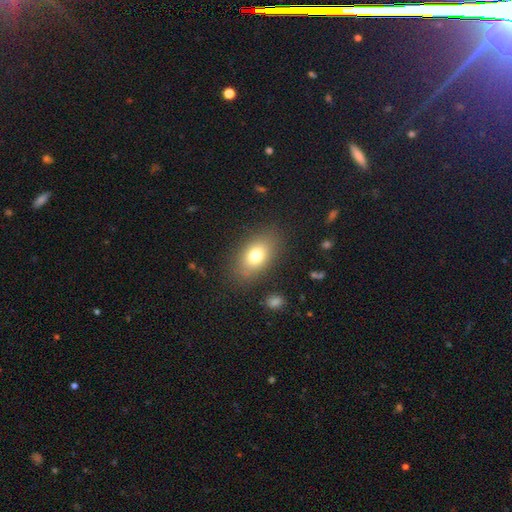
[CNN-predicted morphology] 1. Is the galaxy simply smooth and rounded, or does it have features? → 75% smooth, 15% featured or disk, 10% star or artifact.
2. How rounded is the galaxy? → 86% in between, 12% round, 3% cigar-shaped.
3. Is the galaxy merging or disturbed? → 83% none, 11% minor disturbance, 4% major disturbance, 2% merger.